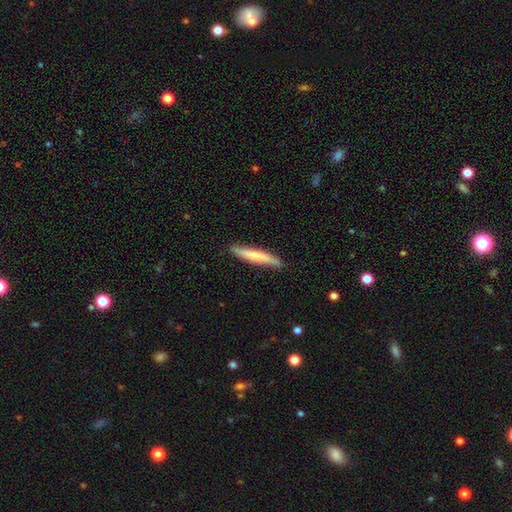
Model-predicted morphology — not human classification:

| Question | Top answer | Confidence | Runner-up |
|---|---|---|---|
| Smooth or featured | smooth | 66% | featured or disk (29%) |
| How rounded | cigar-shaped | 94% | in between (5%) |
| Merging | none | 87% | minor disturbance (10%) |